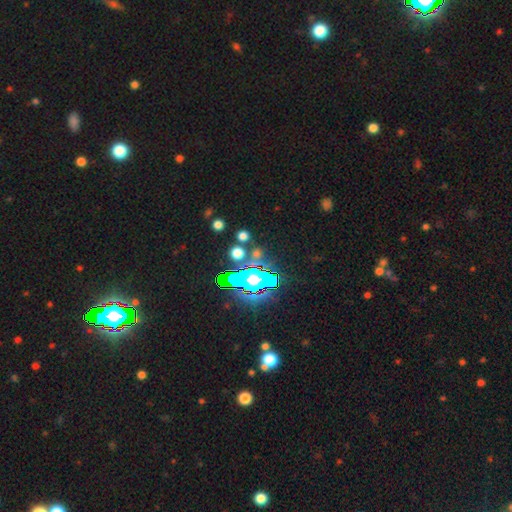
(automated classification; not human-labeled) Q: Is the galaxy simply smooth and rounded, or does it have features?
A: star or artifact — 61%.